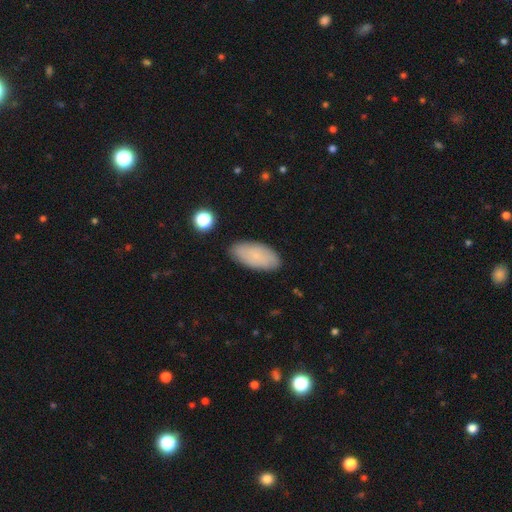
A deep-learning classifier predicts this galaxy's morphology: Smooth or featured? Predicted: smooth (p=0.69). How rounded? Predicted: in between (p=0.91). Merging? Predicted: none (p=0.84).